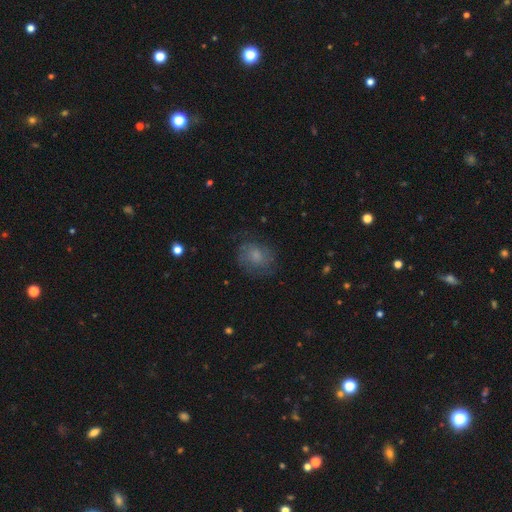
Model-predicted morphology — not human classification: smooth_or_featured: smooth (p=0.56) [alt: featured or disk p=0.33]
how_rounded: round (p=0.60) [alt: in between p=0.39]
merging: none (p=0.68) [alt: minor disturbance p=0.20]